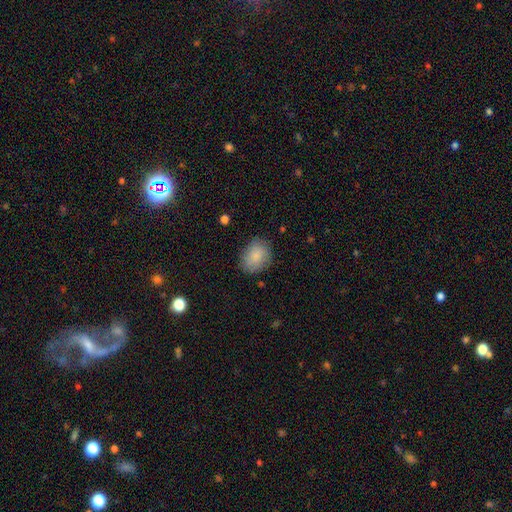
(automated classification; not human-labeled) Overall: smooth (84%). How rounded: in between (56%; round 43%). Merging: none (79%).